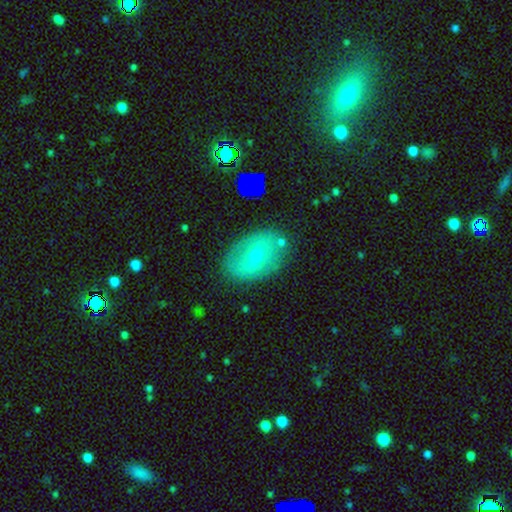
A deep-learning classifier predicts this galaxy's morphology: A smooth galaxy with no disk features (46%). Merging: none (78%).